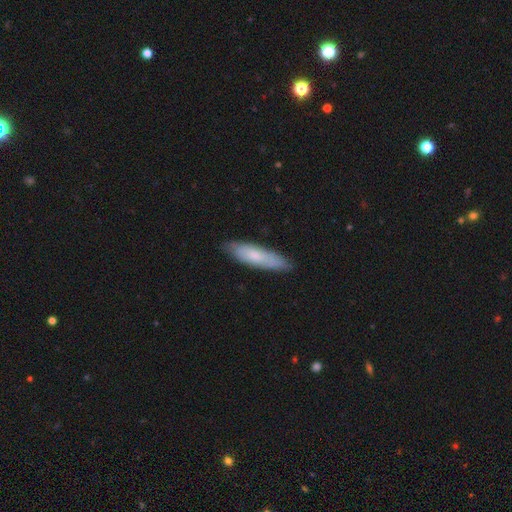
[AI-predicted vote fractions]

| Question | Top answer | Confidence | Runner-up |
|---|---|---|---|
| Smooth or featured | smooth | 68% | featured or disk (27%) |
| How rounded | cigar-shaped | 62% | in between (36%) |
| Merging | none | 81% | minor disturbance (15%) |